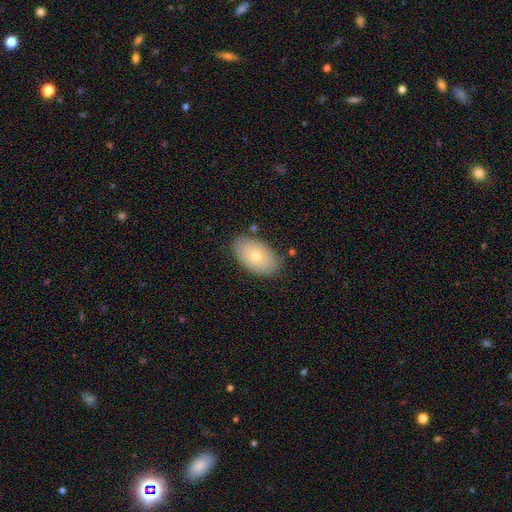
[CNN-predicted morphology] This is likely a smooth galaxy (70%). How rounded: clearly in between (92%). Merging: clearly none (84%).